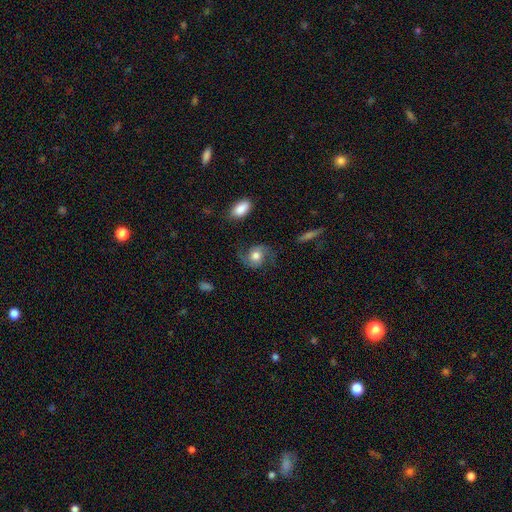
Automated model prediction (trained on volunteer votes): A featured or disk galaxy (68%) with no bar (73%), 2 (92%) medium (49%) spiral arms (93%) and a moderate central bulge (63%). Merging: none (71%).